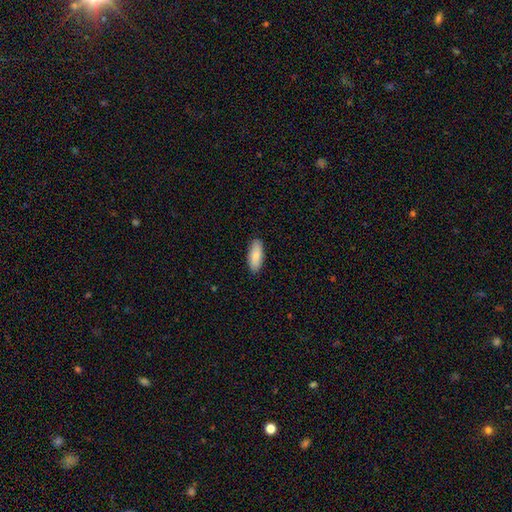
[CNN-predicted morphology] Smooth or featured: smooth — 83% (featured or disk — 11%)
How rounded: in between — 82% (cigar-shaped — 16%)
Merging: none — 89% (minor disturbance — 9%)